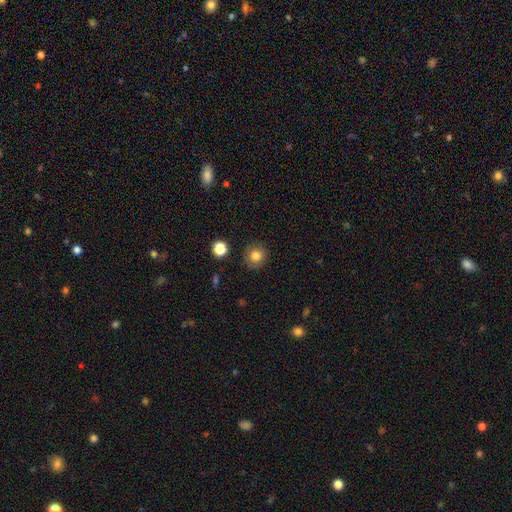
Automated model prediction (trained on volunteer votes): Q: Smooth or featured?
A: smooth (82%); runner-up: star or artifact (10%)
Q: How rounded?
A: round (90%); runner-up: in between (9%)
Q: Merging?
A: none (87%); runner-up: minor disturbance (9%)